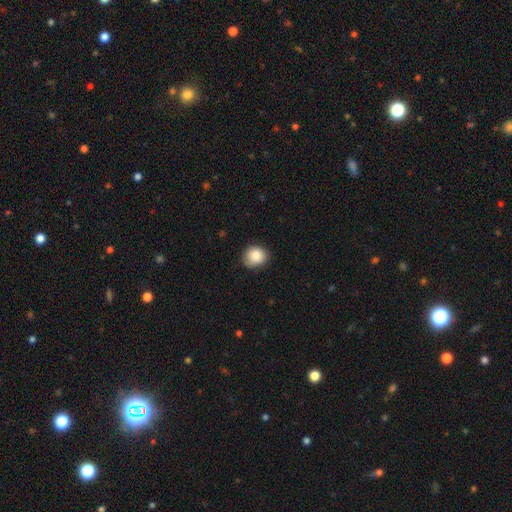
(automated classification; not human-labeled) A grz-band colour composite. It shows a smooth galaxy with no disk features (86%) that is round (76%). Merging: none (79%).